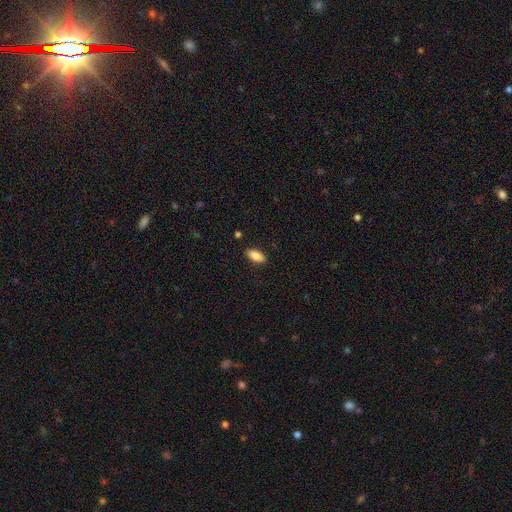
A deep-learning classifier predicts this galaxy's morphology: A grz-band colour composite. It shows a smooth galaxy with no disk features (86%) that is in between round and cigar-shaped (85%). Merging: none (88%).